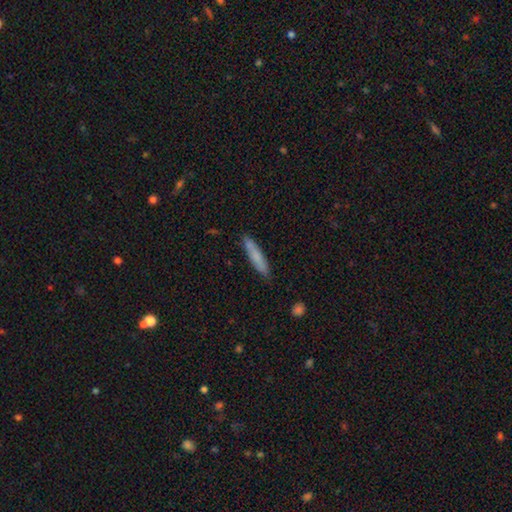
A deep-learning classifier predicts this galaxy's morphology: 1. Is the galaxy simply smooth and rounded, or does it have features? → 74% smooth, 20% featured or disk, 6% star or artifact.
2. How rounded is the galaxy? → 91% cigar-shaped, 8% in between, 1% round.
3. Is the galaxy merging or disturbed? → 86% none, 10% minor disturbance, 2% major disturbance, 1% merger.